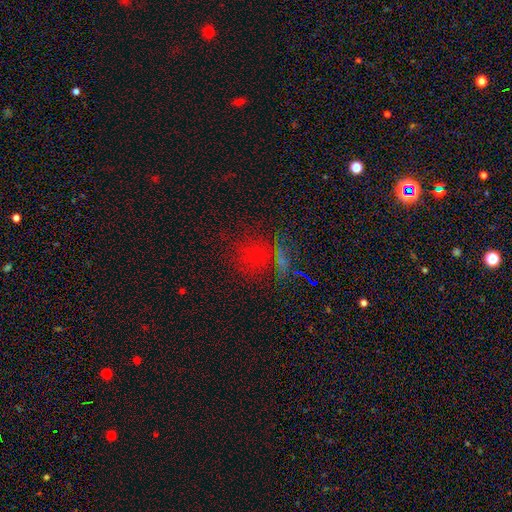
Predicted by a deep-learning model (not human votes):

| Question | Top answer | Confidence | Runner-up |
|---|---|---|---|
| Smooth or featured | star or artifact | 44% | smooth (40%) |